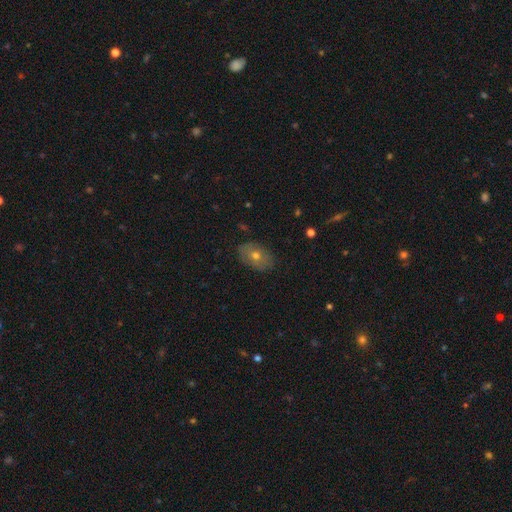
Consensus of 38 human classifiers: Overall: smooth (58%; featured or disk 37%). How rounded: in between (82%). Merging: none (89%).